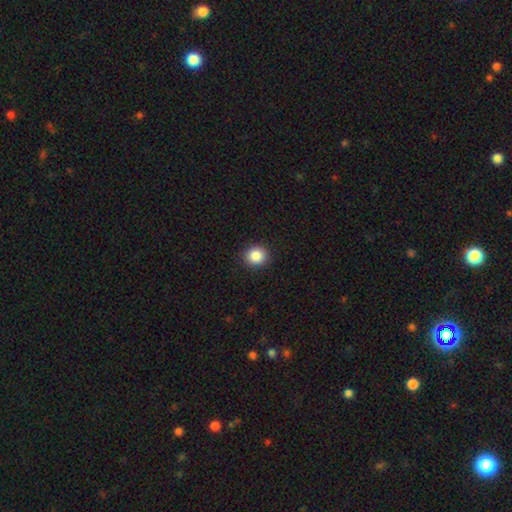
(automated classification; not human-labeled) Overall: smooth (86%). How rounded: round (88%). Merging: none (92%).